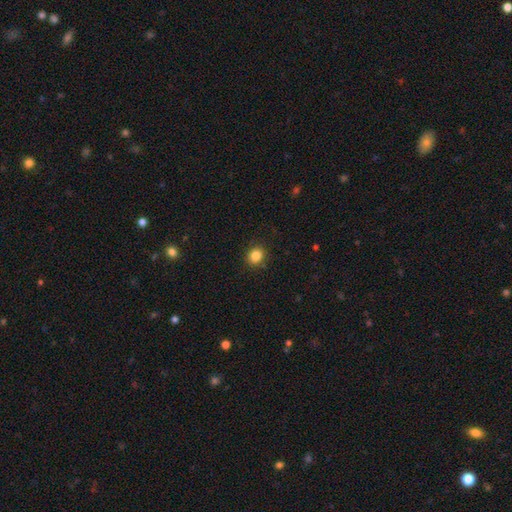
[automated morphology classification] A smooth galaxy with no disk features (84%) that is round (75%). Merging: none (89%).